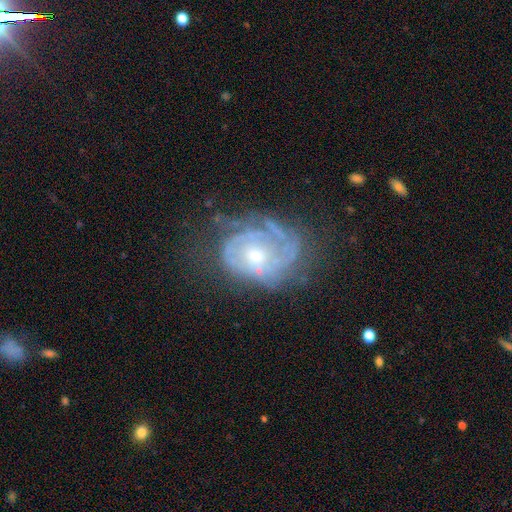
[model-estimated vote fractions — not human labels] smooth_or_featured: featured or disk (p=0.80) [alt: smooth p=0.12]
disk_edge_on: no (p=0.97) [alt: yes p=0.03]
bar: no (p=0.78) [alt: weak p=0.19]
has_spiral_arms: yes (p=0.82) [alt: no p=0.18]
spiral_winding: tight (p=0.64) [alt: medium p=0.26]
spiral_arm_count: can't tell (p=0.48) [alt: 2 p=0.17]
bulge_size: moderate (p=0.53) [alt: small p=0.42]
merging: none (p=0.54) [alt: minor disturbance p=0.24]